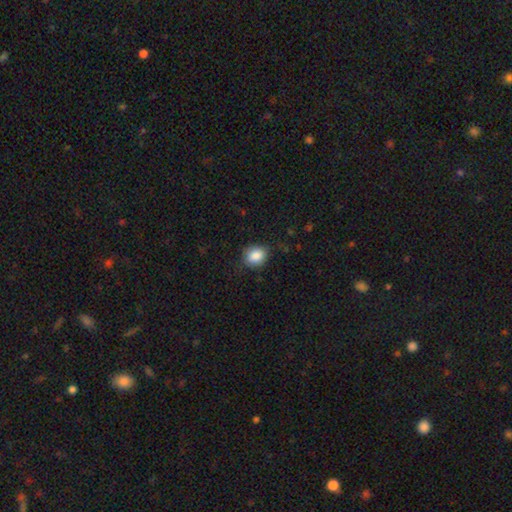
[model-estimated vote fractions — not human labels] Smooth or featured? Predicted: smooth (p=0.87). How rounded? Predicted: round (p=0.60). Merging? Predicted: none (p=0.79).